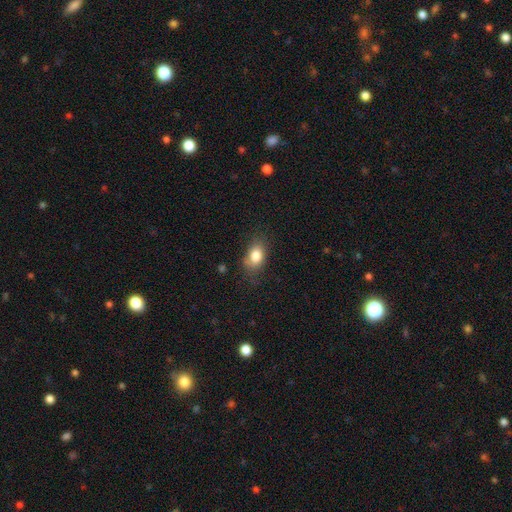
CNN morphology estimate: This appears to be a smooth galaxy with no disk features (81%) that is in between round and cigar-shaped (78%). Merging: none (66%).